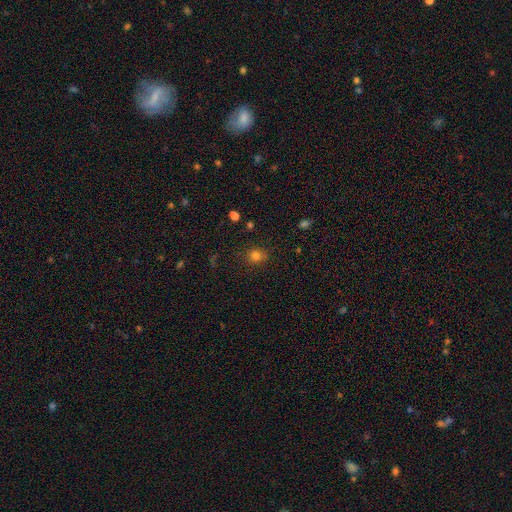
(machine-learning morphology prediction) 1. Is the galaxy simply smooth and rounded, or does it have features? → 78% smooth, 16% star or artifact, 7% featured or disk.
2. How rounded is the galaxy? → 78% round, 21% in between, 1% cigar-shaped.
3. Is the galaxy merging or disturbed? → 85% none, 11% minor disturbance, 3% major disturbance, 2% merger.